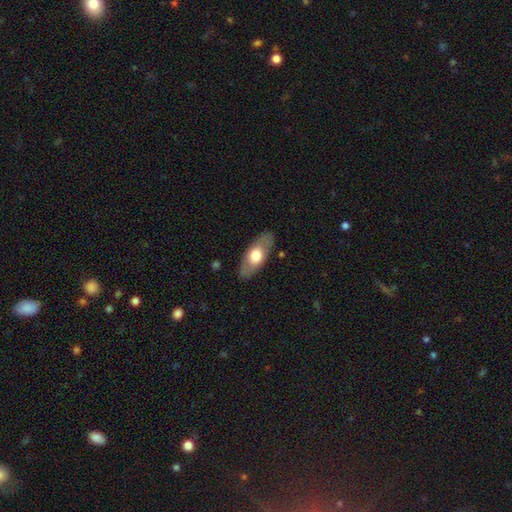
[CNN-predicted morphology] Smooth or featured: smooth — 57% (featured or disk — 38%)
How rounded: in between — 84% (cigar-shaped — 12%)
Merging: none — 84% (minor disturbance — 12%)